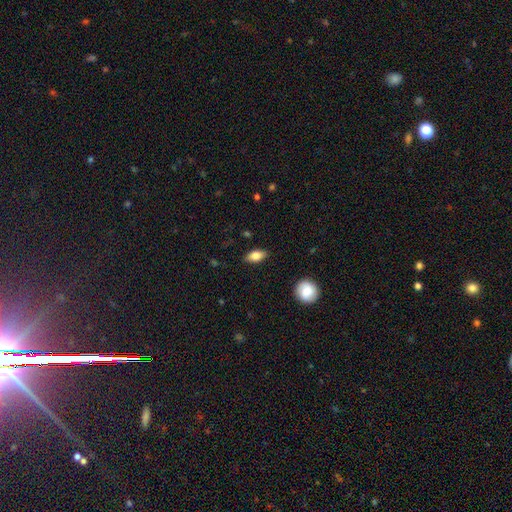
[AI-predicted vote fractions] smooth_or_featured: smooth (p=0.79) [alt: featured or disk p=0.14]
how_rounded: in between (p=0.87) [alt: cigar-shaped p=0.07]
merging: none (p=0.86) [alt: minor disturbance p=0.10]